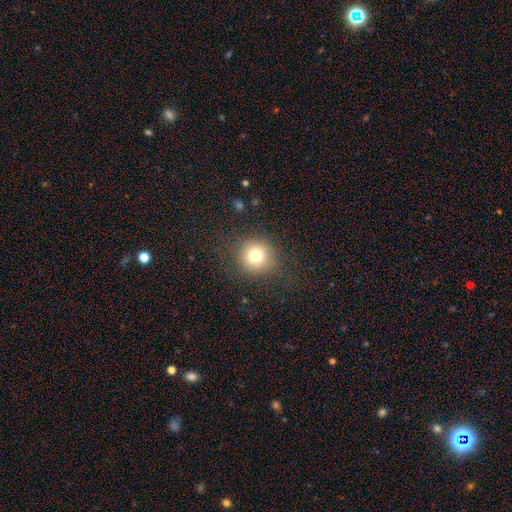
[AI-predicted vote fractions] Smooth or featured? Predicted: smooth (p=0.77). How rounded? Predicted: round (p=0.90). Merging? Predicted: none (p=0.82).